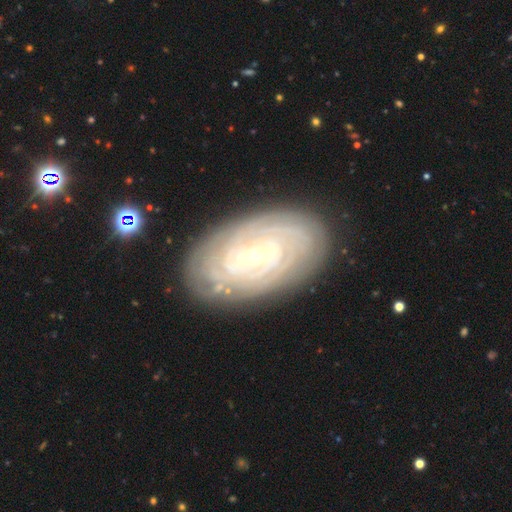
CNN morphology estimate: A featured or disk galaxy (85%) with a weak bar (47%), tight (86%) spiral arms (94%) and a small central bulge (63%). Merging: none (83%).